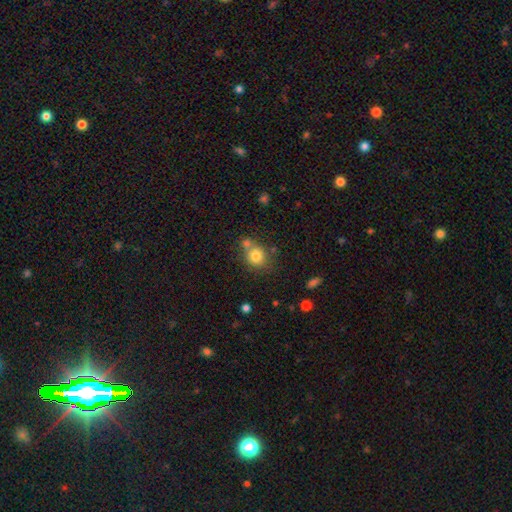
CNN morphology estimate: Smooth or featured: smooth — 80% (star or artifact — 11%)
How rounded: round — 75% (in between — 24%)
Merging: none — 55% (merger — 28%)